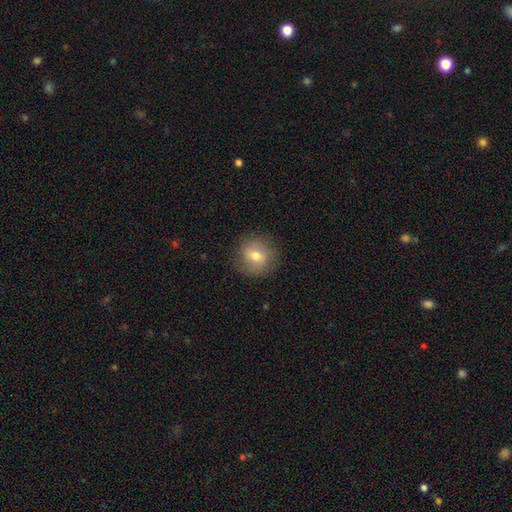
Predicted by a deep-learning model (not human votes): smooth_or_featured: smooth (p=0.66) [alt: featured or disk p=0.24]
how_rounded: round (p=0.87) [alt: in between p=0.12]
merging: none (p=0.85) [alt: minor disturbance p=0.11]